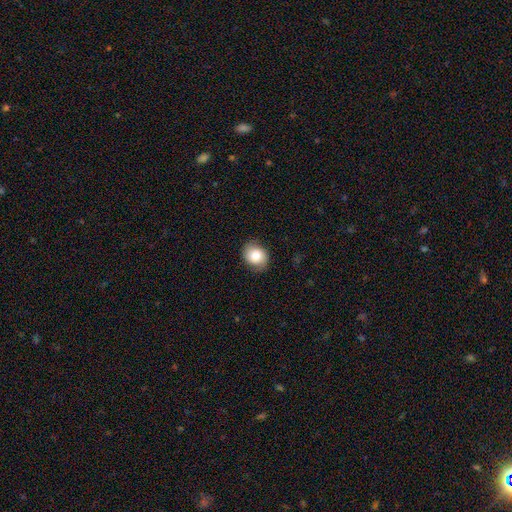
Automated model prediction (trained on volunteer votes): Smooth or featured: smooth — 77% (featured or disk — 15%)
How rounded: round — 57% (in between — 42%)
Merging: none — 80% (minor disturbance — 15%)